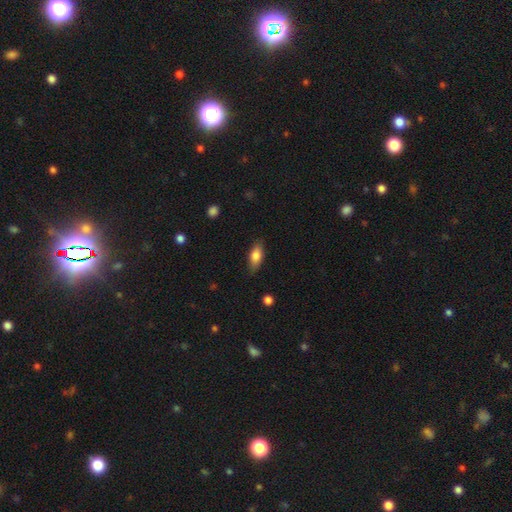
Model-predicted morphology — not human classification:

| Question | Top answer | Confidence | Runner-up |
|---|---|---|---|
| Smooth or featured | smooth | 76% | featured or disk (17%) |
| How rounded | in between | 81% | cigar-shaped (15%) |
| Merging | none | 83% | minor disturbance (13%) |